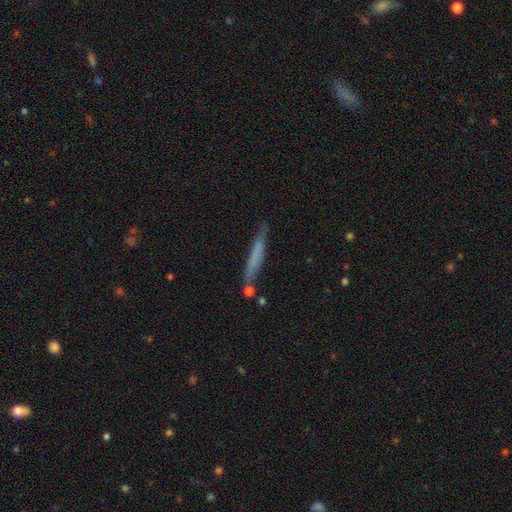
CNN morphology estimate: A smooth galaxy with no disk features (57%) that is cigar-shaped (95%).

Vote fractions:
- Smooth or featured? smooth: 57% / featured or disk: 36% / star or artifact: 7%
- How rounded? cigar-shaped: 95% / in between: 3% / round: 1%
- Merging? none: 76% / minor disturbance: 15% / merger: 5% / major disturbance: 3%